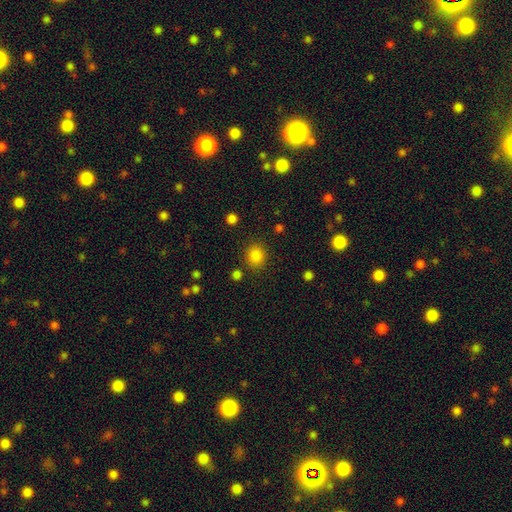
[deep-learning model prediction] The model was most divided on "how rounded": round: 80%, in between: 19%, cigar-shaped: 1%. More confident: merging — none (86%); smooth or featured — smooth (85%).